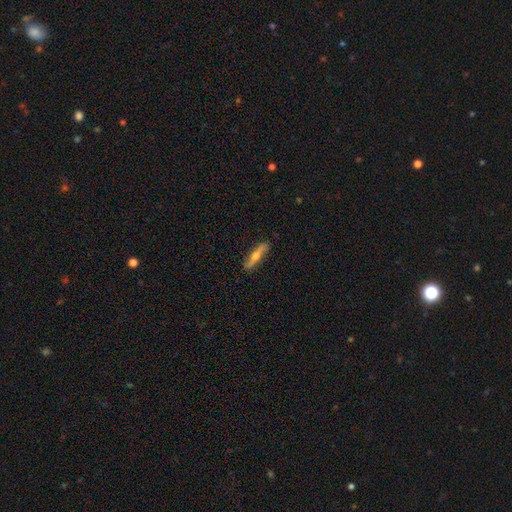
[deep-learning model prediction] smooth_or_featured: featured or disk (p=0.55) [alt: smooth p=0.39]
disk_edge_on: yes (p=0.74) [alt: no p=0.26]
merging: none (p=0.85) [alt: minor disturbance p=0.11]